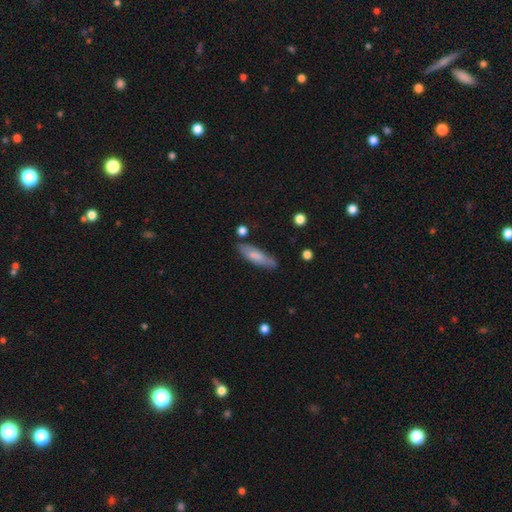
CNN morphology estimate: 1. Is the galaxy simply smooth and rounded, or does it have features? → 73% smooth, 21% featured or disk, 6% star or artifact.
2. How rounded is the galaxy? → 61% cigar-shaped, 37% in between, 2% round.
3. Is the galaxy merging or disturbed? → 78% none, 16% minor disturbance, 3% merger, 3% major disturbance.